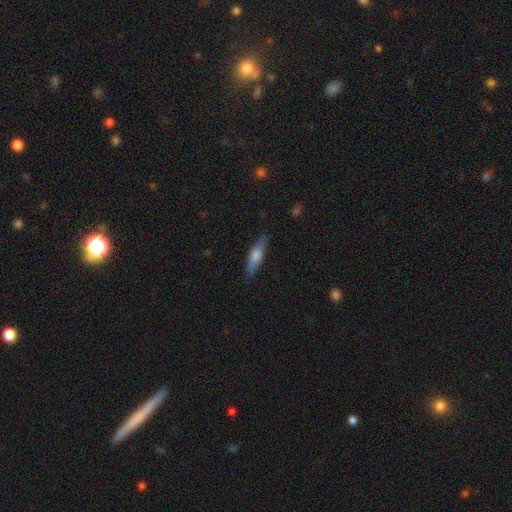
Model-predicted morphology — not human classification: Smooth or featured: smooth — 47% (featured or disk — 46%)
Merging: none — 86% (minor disturbance — 11%)